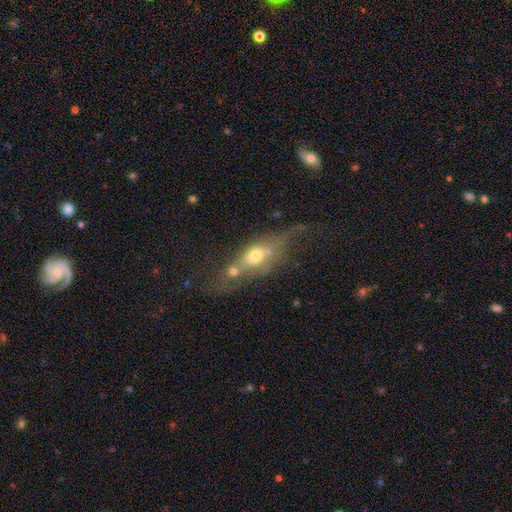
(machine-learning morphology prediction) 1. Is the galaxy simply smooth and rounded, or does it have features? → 46% featured or disk, 42% smooth, 12% star or artifact.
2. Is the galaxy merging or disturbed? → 34% none, 28% merger, 20% major disturbance, 17% minor disturbance.